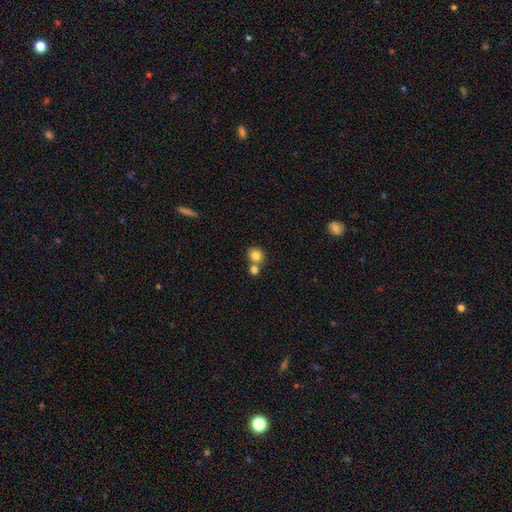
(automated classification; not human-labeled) A smooth galaxy with no disk features (82%) that is round (83%).

Vote fractions:
- Smooth or featured? smooth: 82% / star or artifact: 10% / featured or disk: 8%
- How rounded? round: 83% / in between: 16% / cigar-shaped: 1%
- Merging? none: 52% / merger: 38% / minor disturbance: 7% / major disturbance: 3%